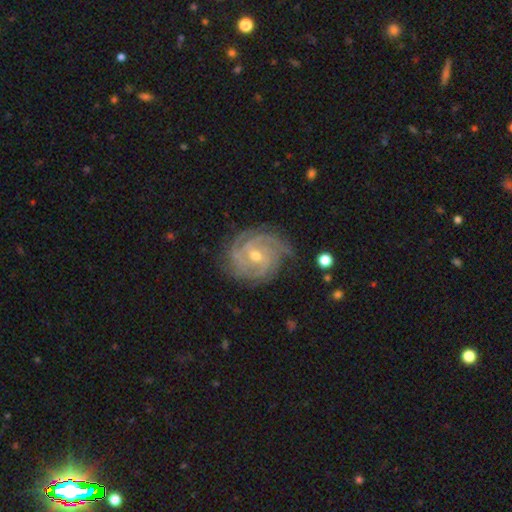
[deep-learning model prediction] Smooth or featured? Predicted: featured or disk (p=0.91). Edge-on disk? Predicted: no (p=0.98). Bar? Predicted: weak (p=0.44). Spiral arms? Predicted: yes (p=0.98). Spiral winding? Predicted: tight (p=0.76). Spiral arm count? Predicted: 3 (p=0.31). Bulge size? Predicted: small (p=0.49). Merging? Predicted: none (p=0.79).